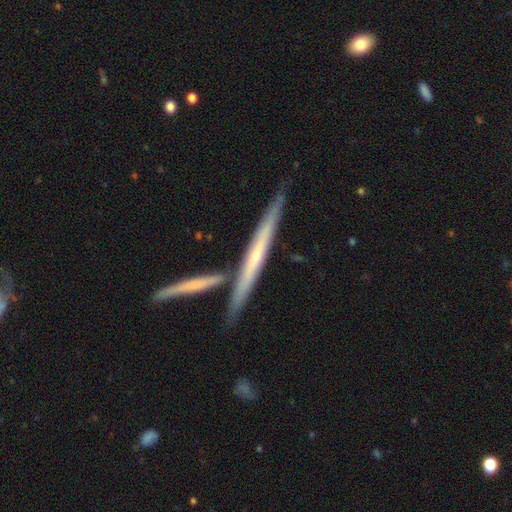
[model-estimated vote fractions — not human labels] Smooth or featured: featured or disk — 68% (smooth — 27%)
Edge-on disk: yes — 95% (no — 5%)
Edge-on bulge: none — 67% (rounded — 29%)
Merging: none — 75% (merger — 14%)